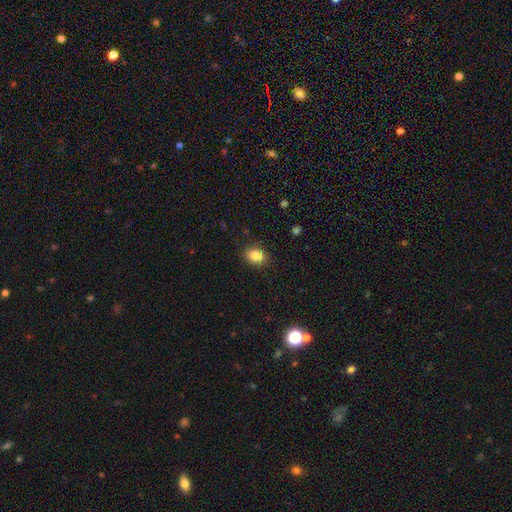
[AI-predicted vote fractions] Smooth or featured?
  - smooth: 84% *
  - star or artifact: 10%
  - featured or disk: 6%
How rounded?
  - in between: 56% *
  - round: 42%
  - cigar-shaped: 1%
Merging?
  - none: 86% *
  - minor disturbance: 10%
  - major disturbance: 2%
  - merger: 1%